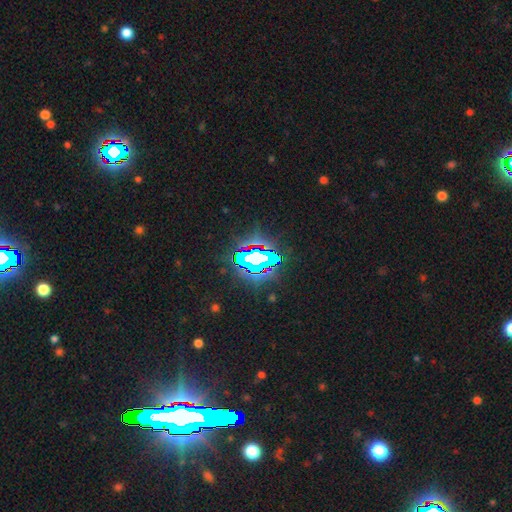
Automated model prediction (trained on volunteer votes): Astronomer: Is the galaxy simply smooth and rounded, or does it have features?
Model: star or artifact — 78%.